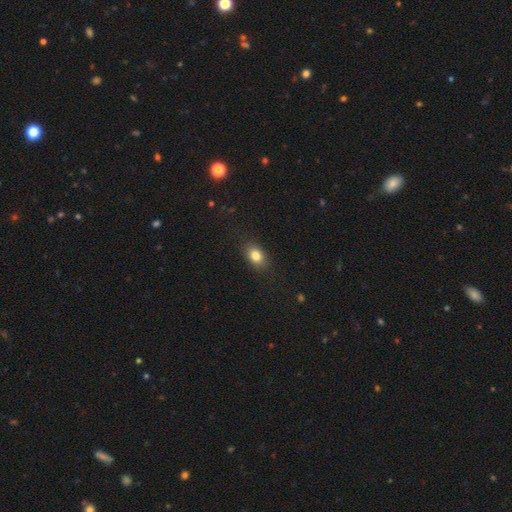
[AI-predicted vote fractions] smooth_or_featured: smooth (p=0.82) [alt: star or artifact p=0.09]
how_rounded: in between (p=0.77) [alt: round p=0.21]
merging: none (p=0.85) [alt: minor disturbance p=0.11]